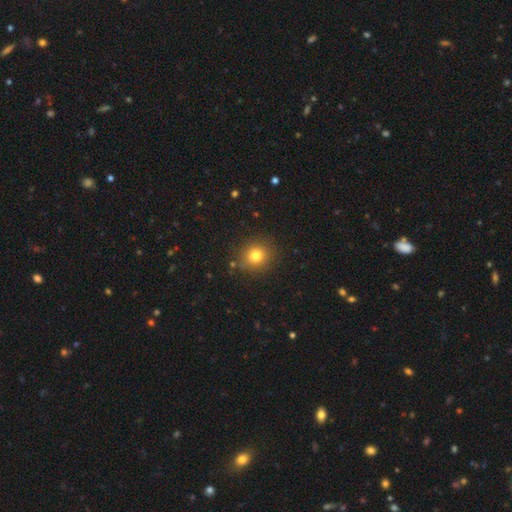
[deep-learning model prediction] Smooth or featured? Predicted: smooth (p=0.78). How rounded? Predicted: round (p=0.87). Merging? Predicted: none (p=0.88).